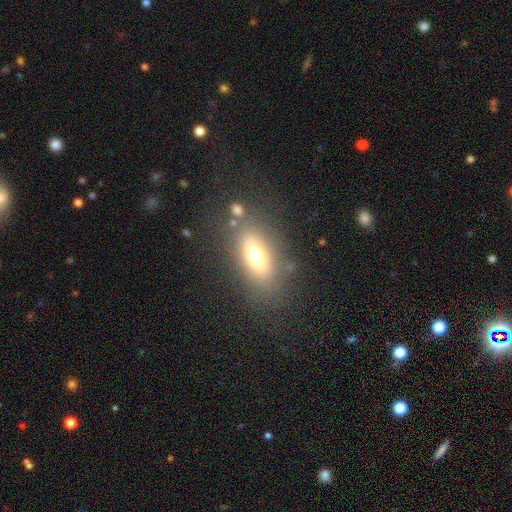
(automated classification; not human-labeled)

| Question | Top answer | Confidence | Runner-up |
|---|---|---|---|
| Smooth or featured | smooth | 66% | featured or disk (20%) |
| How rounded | in between | 74% | round (17%) |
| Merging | none | 77% | minor disturbance (12%) |